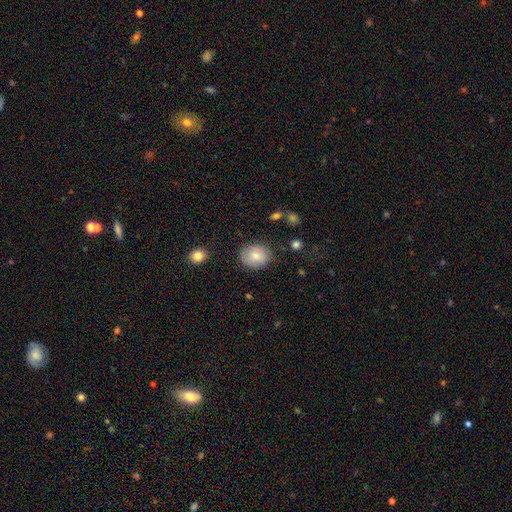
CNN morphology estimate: Overall: smooth (77%). How rounded: in between (50%; round 49%). Merging: none (77%).